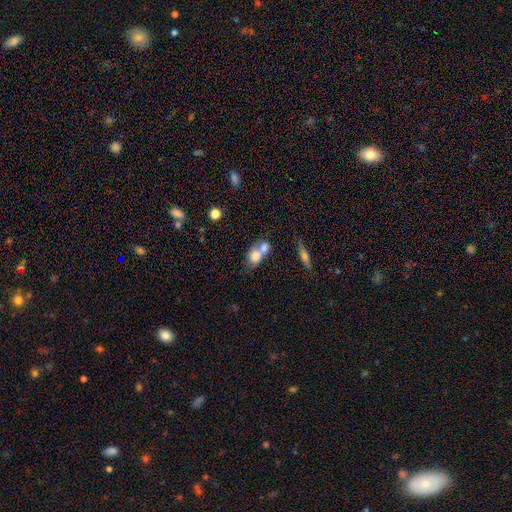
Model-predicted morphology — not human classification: Overall: smooth (74%). How rounded: in between (52%; round 45%). Merging: merger (65%).